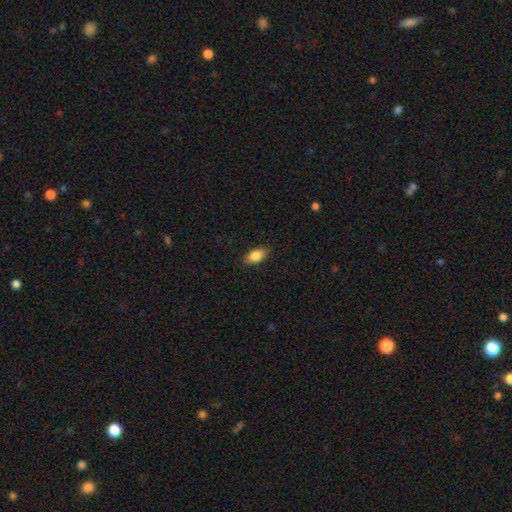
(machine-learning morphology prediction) smooth_or_featured: smooth (p=0.86) [alt: star or artifact p=0.07]
how_rounded: in between (p=0.90) [alt: round p=0.05]
merging: none (p=0.86) [alt: minor disturbance p=0.10]